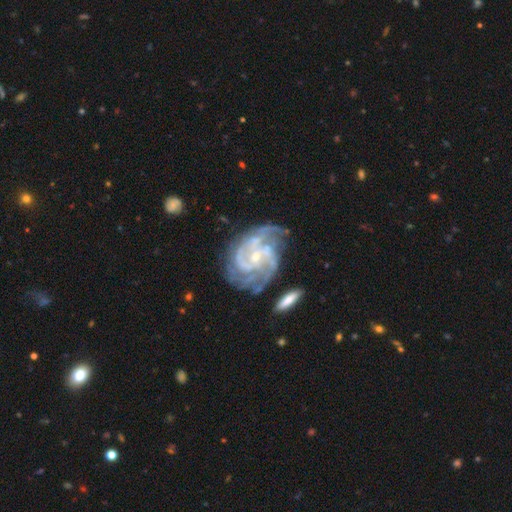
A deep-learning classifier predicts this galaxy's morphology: A featured or disk galaxy (89%) with no bar (56%), 3 (27%) tight (53%) spiral arms (96%) and a small central bulge (71%).

Vote fractions:
- Smooth or featured? featured or disk: 89% / star or artifact: 6% / smooth: 5%
- Edge-on disk? no: 98% / yes: 2%
- Bar? no: 56% / weak: 35% / strong: 10%
- Spiral arms? yes: 96% / no: 4%
- Spiral winding? tight: 53% / medium: 38% / loose: 9%
- Spiral arm count? 3: 27% / can't tell: 23% / 2: 23% / 4: 15% / more than 4: 7% / 1: 6%
- Bulge size? small: 71% / moderate: 24% / none: 3% / large: 1% / dominant: 1%
- Merging? none: 57% / minor disturbance: 23% / major disturbance: 14% / merger: 7%